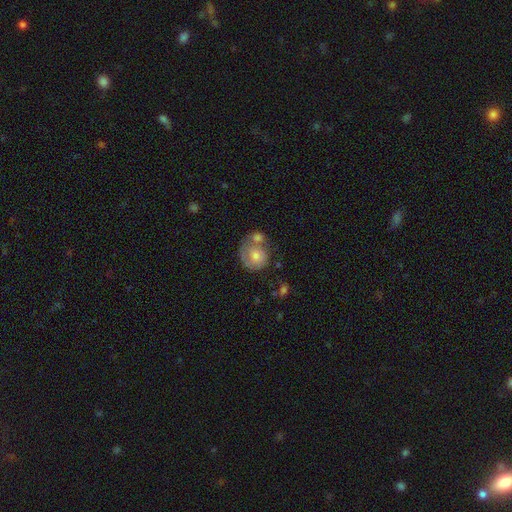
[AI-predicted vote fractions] This appears to be a smooth galaxy with no disk features (50%) that is round (74%). Merging: none (35%, tied with merger).